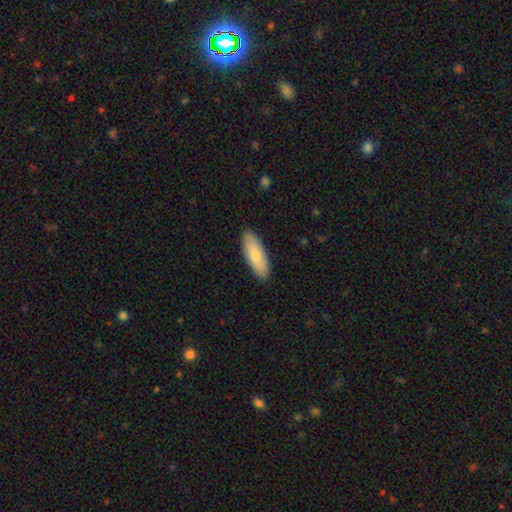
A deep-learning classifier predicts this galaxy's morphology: Overall: smooth (74%). How rounded: in between (67%; cigar-shaped 31%). Merging: none (88%).